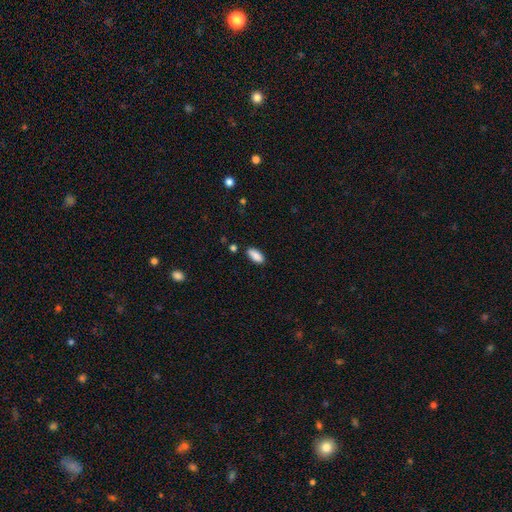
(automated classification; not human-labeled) A smooth galaxy with no disk features (89%) that is in between round and cigar-shaped (87%). Merging: none (84%).